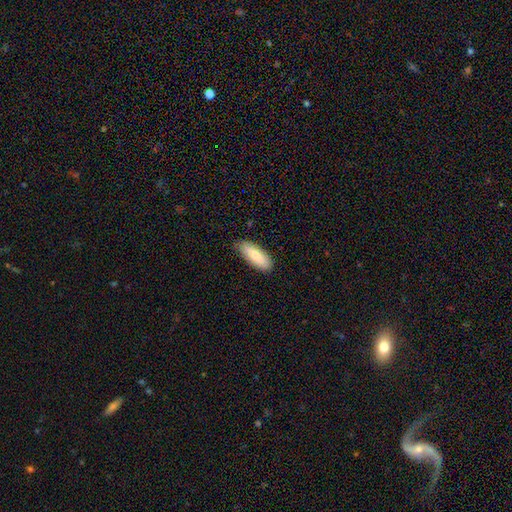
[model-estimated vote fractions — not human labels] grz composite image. It shows a smooth galaxy with no disk features (78%) that is in between round and cigar-shaped (68%). Merging: none (84%).